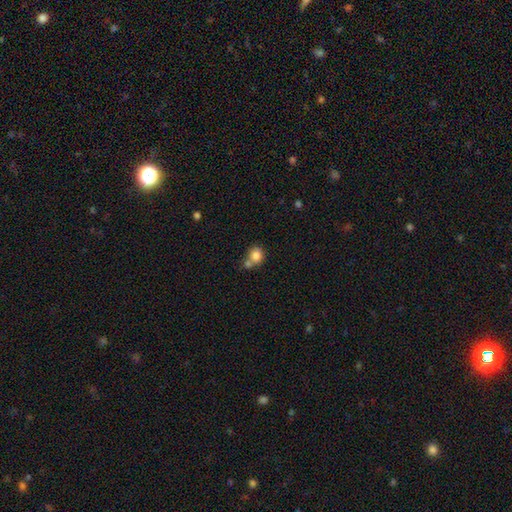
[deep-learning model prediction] A smooth galaxy with no disk features (82%) that is round (80%). Merging: none (45%).